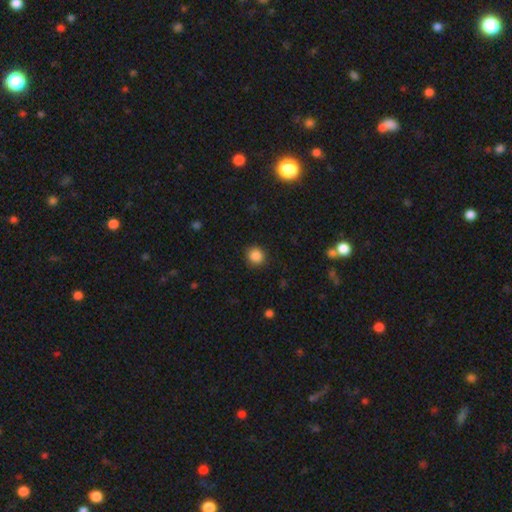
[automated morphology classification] smooth 86%, star or artifact 10%, featured or disk 3%. Down the decision tree: how rounded — round (91%); merging — none (90%).